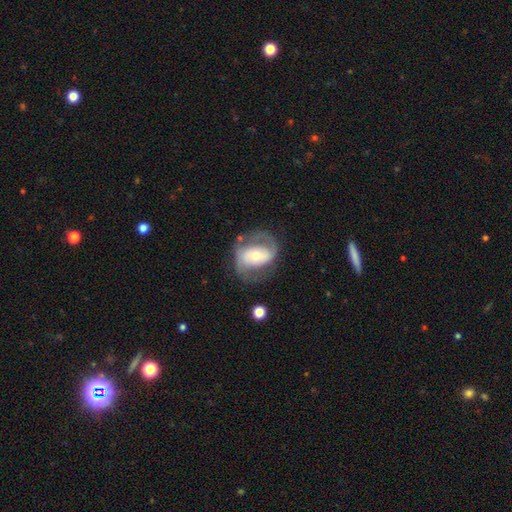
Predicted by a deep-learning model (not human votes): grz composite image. It shows a featured or disk galaxy (72%) with no bar (52%), 2 (77%) medium (45%) spiral arms (79%) and a moderate central bulge (57%). Merging: none (55%).